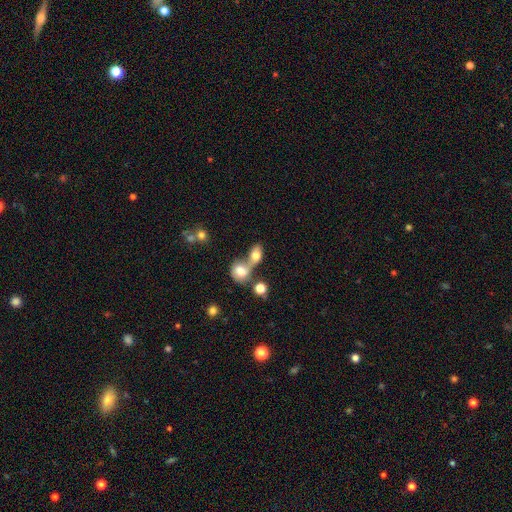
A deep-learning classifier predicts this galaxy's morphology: Smooth or featured?
  - smooth: 74% *
  - featured or disk: 16%
  - star or artifact: 10%
How rounded?
  - in between: 66% *
  - round: 31%
  - cigar-shaped: 3%
Merging?
  - merger: 65% *
  - none: 21%
  - minor disturbance: 8%
  - major disturbance: 6%